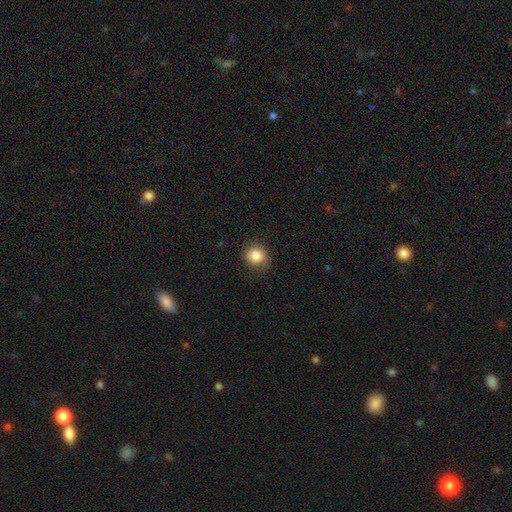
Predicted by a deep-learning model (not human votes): Morphology: type=smooth (84%); roundness=round (81%); merging=none (74%).